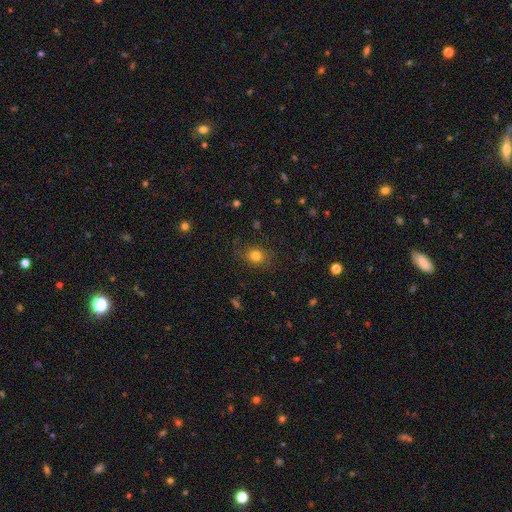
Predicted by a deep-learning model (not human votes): This appears to be a smooth galaxy with no disk features (78%) that is round (61%). Merging: none (82%).